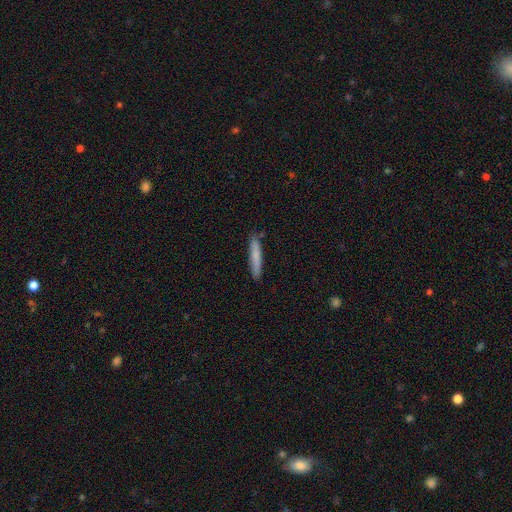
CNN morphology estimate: smooth_or_featured: smooth (p=0.76) [alt: featured or disk p=0.18]
how_rounded: cigar-shaped (p=0.93) [alt: in between p=0.05]
merging: none (p=0.86) [alt: minor disturbance p=0.10]